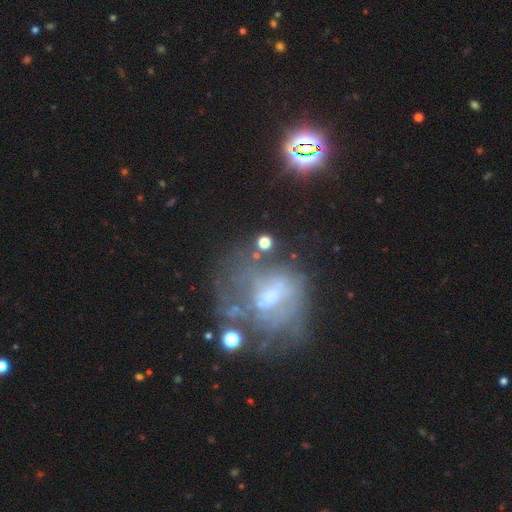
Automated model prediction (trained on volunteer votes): Overall: featured or disk (55%; smooth 26%). Edge-on disk: no (97%). Bar: no (70%). Spiral arms: no (69%; yes 31%). Bulge size: moderate (37%; none 27%). Merging: none (41%; major disturbance 29%).